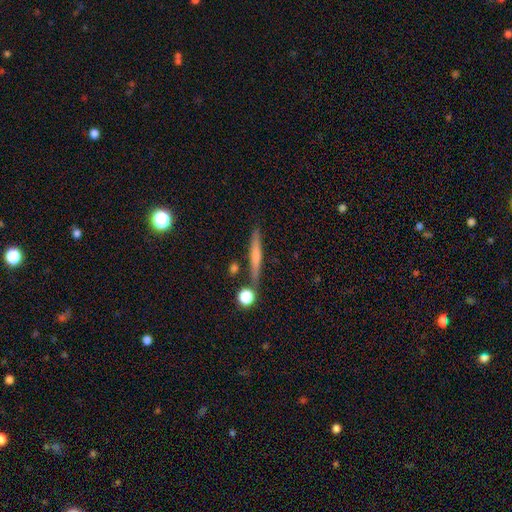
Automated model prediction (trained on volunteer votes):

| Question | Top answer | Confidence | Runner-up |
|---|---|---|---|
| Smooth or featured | featured or disk | 58% | smooth (29%) |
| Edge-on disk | yes | 94% | no (6%) |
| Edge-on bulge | rounded | 55% | none (35%) |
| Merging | none | 81% | minor disturbance (10%) |